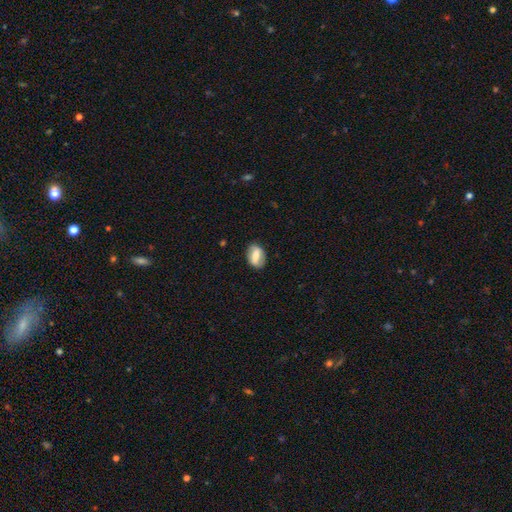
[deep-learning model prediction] Q: Smooth or featured?
A: smooth (50%); runner-up: featured or disk (43%)
Q: Merging?
A: none (83%); runner-up: minor disturbance (12%)